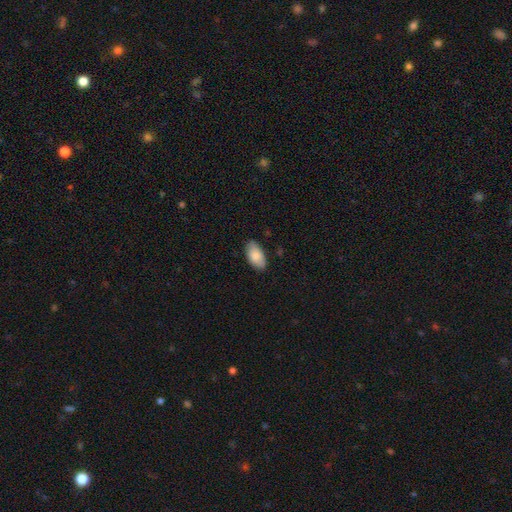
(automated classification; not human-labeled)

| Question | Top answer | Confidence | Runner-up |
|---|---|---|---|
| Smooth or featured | smooth | 85% | featured or disk (9%) |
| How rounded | in between | 95% | round (3%) |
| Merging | none | 82% | minor disturbance (15%) |